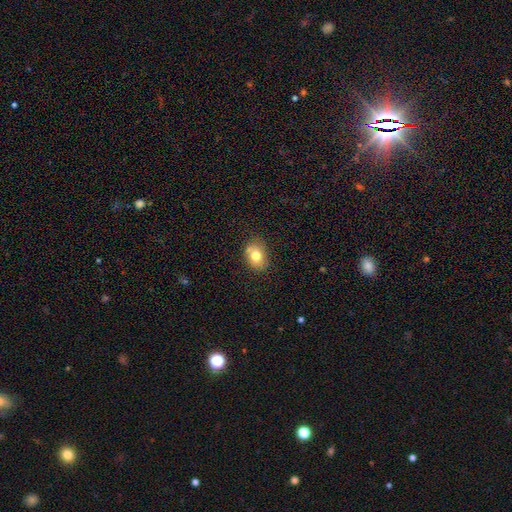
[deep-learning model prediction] This is likely a smooth galaxy (75%). How rounded: likely in between (66%). Merging: likely none (72%).